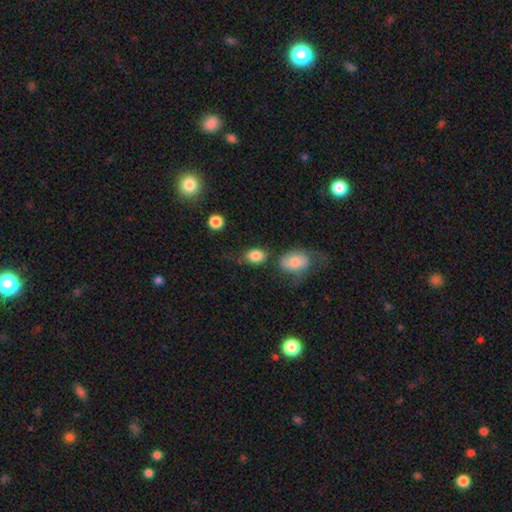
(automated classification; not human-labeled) Overall: smooth (86%). How rounded: in between (77%). Merging: none (58%; minor disturbance 22%).